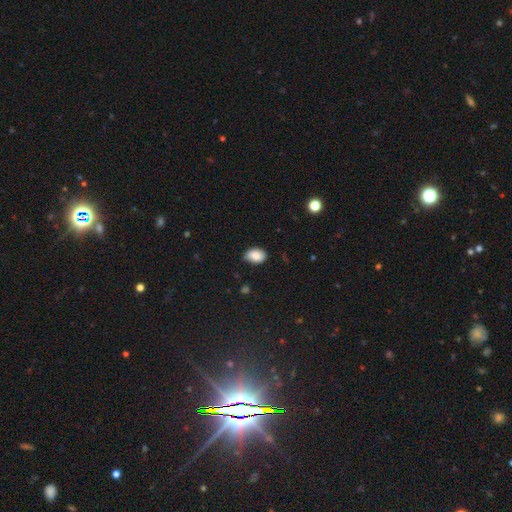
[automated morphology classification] Smooth or featured?
  - smooth: 86% *
  - star or artifact: 8%
  - featured or disk: 6%
How rounded?
  - in between: 82% *
  - round: 17%
  - cigar-shaped: 1%
Merging?
  - none: 71% *
  - minor disturbance: 24%
  - major disturbance: 4%
  - merger: 1%